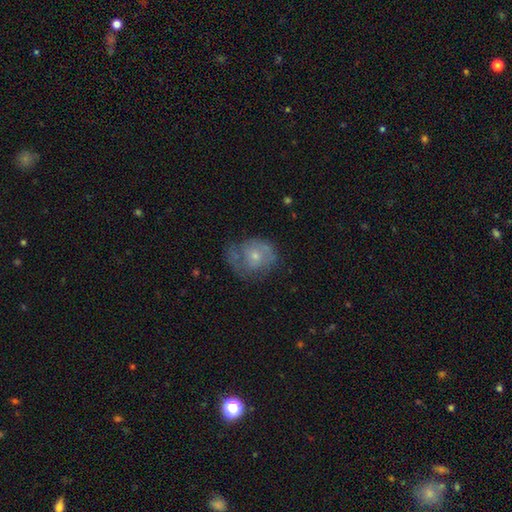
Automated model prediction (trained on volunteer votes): smooth-or-featured: featured or disk: 50% | smooth: 42% | star or artifact: 8%
  disk-edge-on: no: 97% | yes: 3%
  merging: none: 44% | minor disturbance: 28% | major disturbance: 24% | merger: 4%